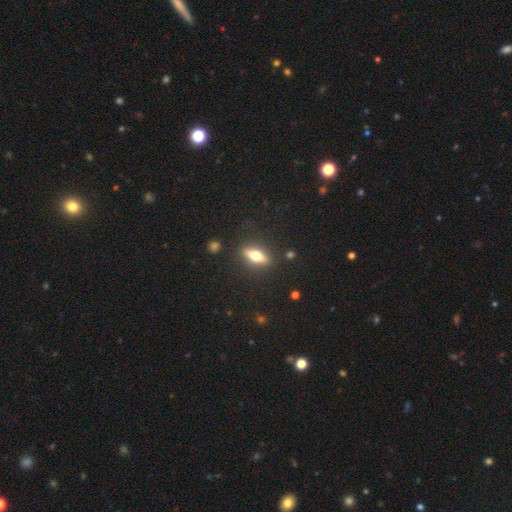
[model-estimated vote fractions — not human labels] Morphology: type=smooth (52%); roundness=in between (60%); merging=none (86%).